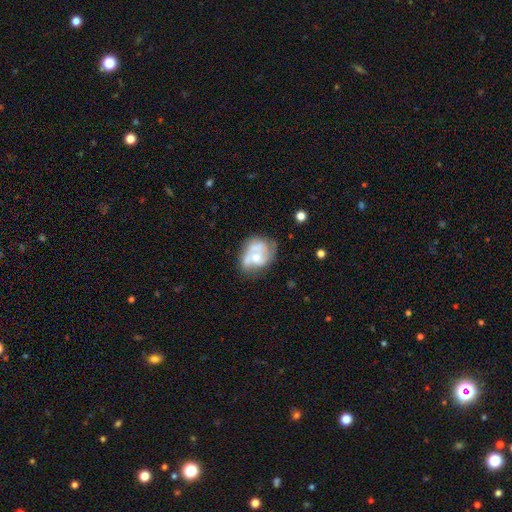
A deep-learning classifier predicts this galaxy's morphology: Q: Smooth or featured?
A: featured or disk (65%); runner-up: smooth (28%)
Q: Edge-on disk?
A: no (97%); runner-up: yes (3%)
Q: Bar?
A: no (73%); runner-up: weak (22%)
Q: Spiral arms?
A: yes (66%); runner-up: no (34%)
Q: Bulge size?
A: moderate (52%); runner-up: small (34%)
Q: Merging?
A: none (40%); runner-up: minor disturbance (23%)